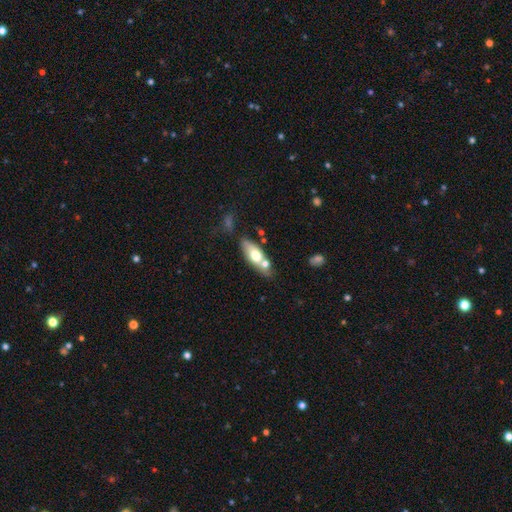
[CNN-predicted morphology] Q: Smooth or featured?
A: smooth (61%); runner-up: featured or disk (32%)
Q: How rounded?
A: in between (71%); runner-up: cigar-shaped (26%)
Q: Merging?
A: none (52%); runner-up: merger (26%)